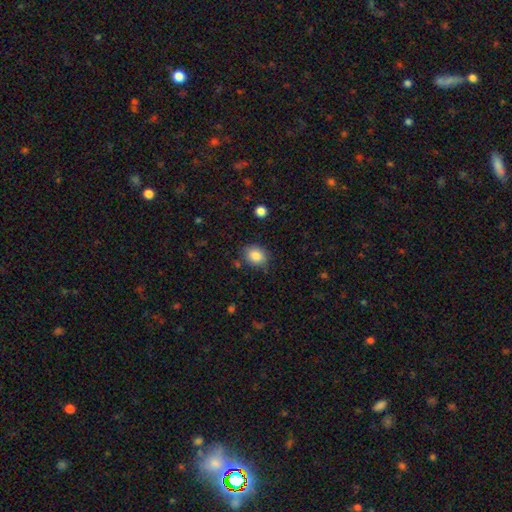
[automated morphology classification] Smooth or featured: smooth — 85% (star or artifact — 9%)
How rounded: in between — 51% (round — 48%)
Merging: none — 81% (minor disturbance — 13%)